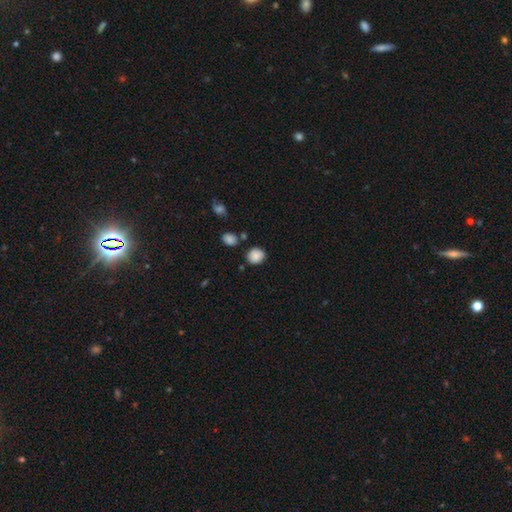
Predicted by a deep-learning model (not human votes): A smooth galaxy with no disk features (85%) that is round (75%). Merging: none (78%).